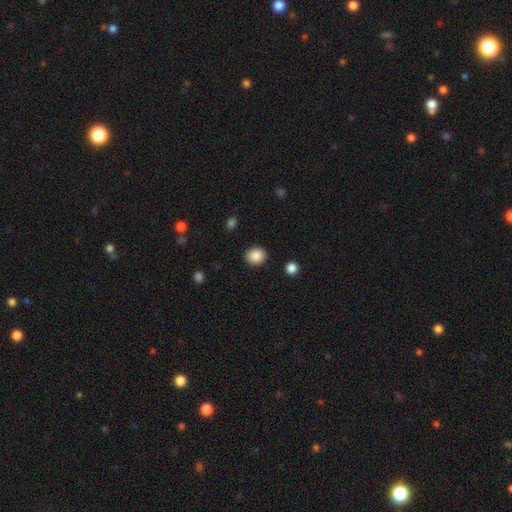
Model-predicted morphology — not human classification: type=smooth (88%); roundness=round (72%); merging=none (89%).